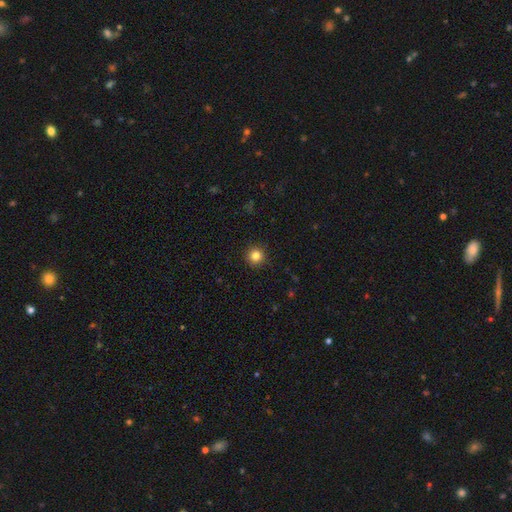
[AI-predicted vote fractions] Morphology: type=smooth (83%); roundness=round (95%); merging=none (92%).